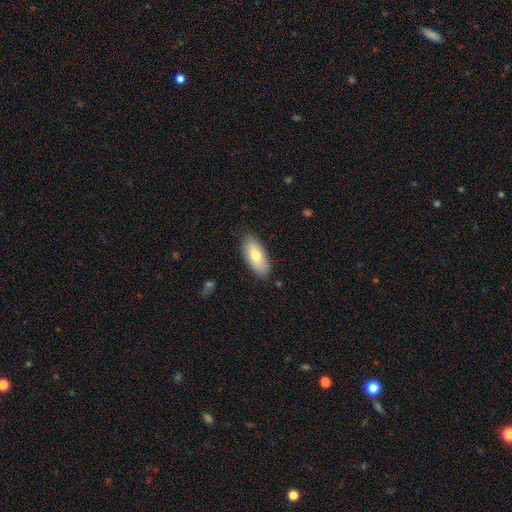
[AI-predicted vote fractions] smooth-or-featured: smooth: 74% | featured or disk: 20% | star or artifact: 6%
  how-rounded: in between: 88% | cigar-shaped: 10% | round: 2%
  merging: none: 85% | minor disturbance: 11% | major disturbance: 2% | merger: 1%